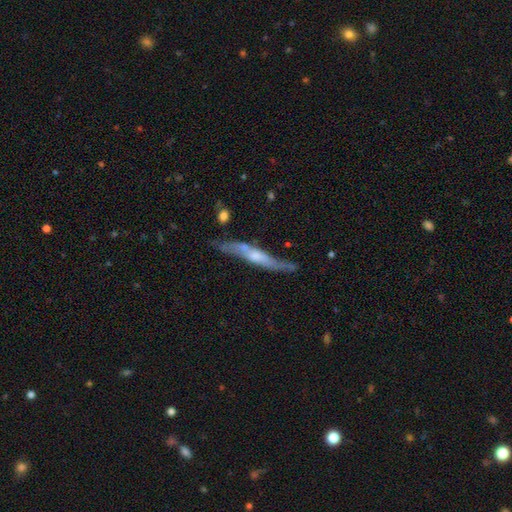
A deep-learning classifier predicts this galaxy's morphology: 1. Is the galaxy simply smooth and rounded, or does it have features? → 65% featured or disk, 29% smooth, 6% star or artifact.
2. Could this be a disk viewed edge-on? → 82% yes, 18% no.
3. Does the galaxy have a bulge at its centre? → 57% rounded, 27% none, 17% boxy.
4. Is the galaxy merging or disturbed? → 64% none, 22% minor disturbance, 7% major disturbance, 6% merger.